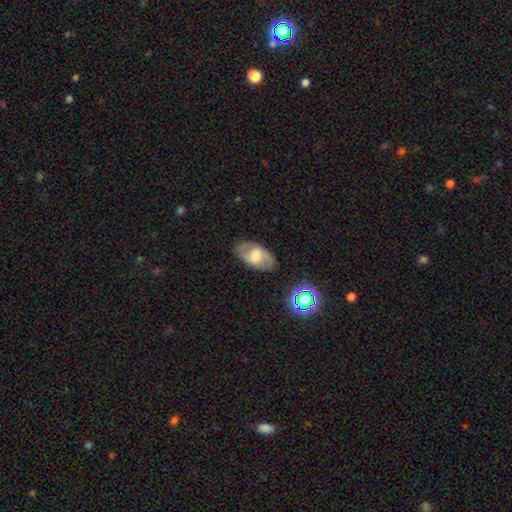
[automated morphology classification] A featured or disk galaxy (56%) with a weak bar (48%), spiral arms (73%) and a moderate central bulge (54%).

Vote fractions:
- Smooth or featured? featured or disk: 56% / smooth: 36% / star or artifact: 8%
- Edge-on disk? no: 92% / yes: 8%
- Bar? weak: 48% / no: 32% / strong: 20%
- Spiral arms? yes: 73% / no: 27%
- Bulge size? moderate: 54% / large: 22% / small: 18% / none: 4% / dominant: 2%
- Merging? none: 83% / minor disturbance: 12% / major disturbance: 4% / merger: 2%